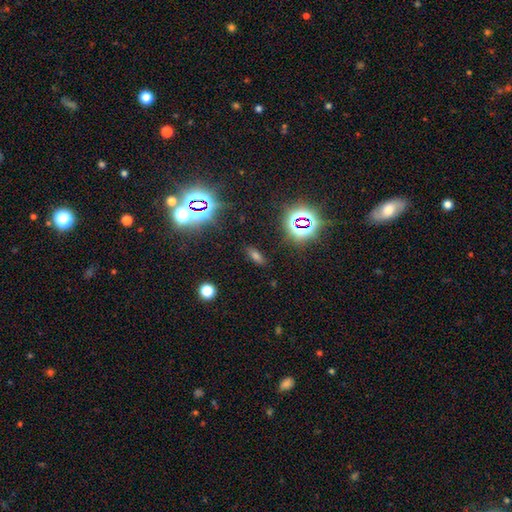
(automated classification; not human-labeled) Morphology: type=smooth (54%); roundness=in between (70%); merging=none (85%).